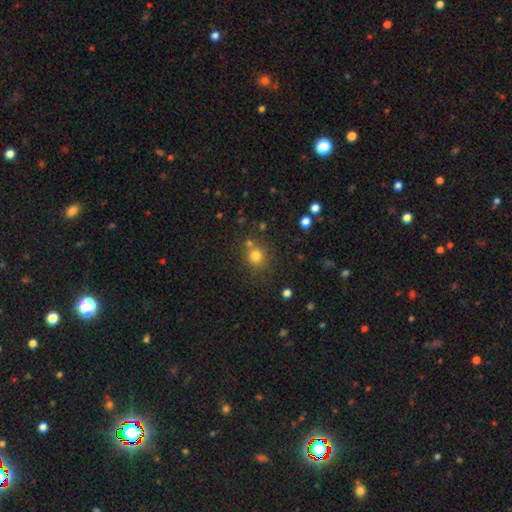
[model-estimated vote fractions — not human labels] A smooth galaxy with no disk features (78%) that is round (85%). Merging: none (72%).